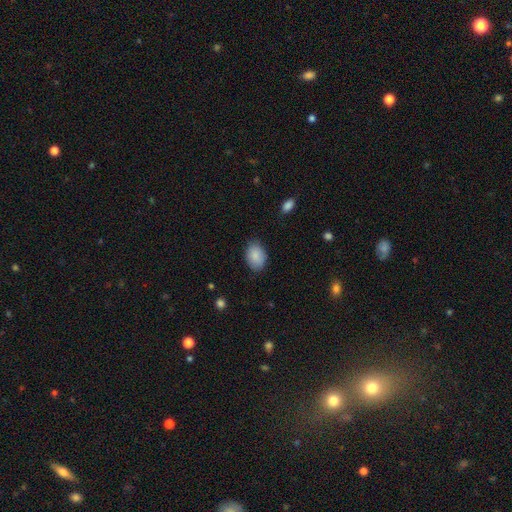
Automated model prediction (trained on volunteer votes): This is clearly a smooth galaxy (88%). How rounded: clearly in between (81%). Merging: clearly none (81%).